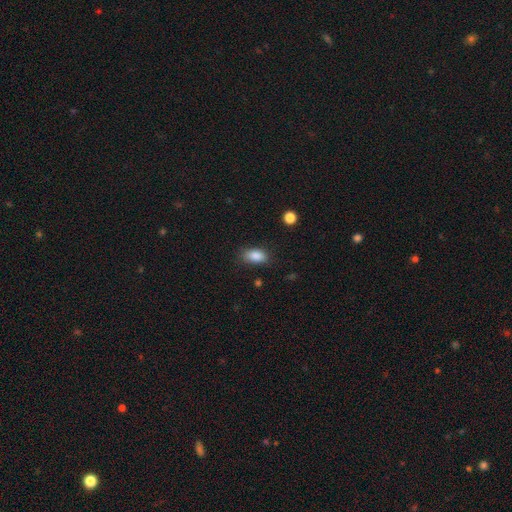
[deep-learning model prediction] Smooth or featured?
  - smooth: 87% *
  - star or artifact: 8%
  - featured or disk: 5%
How rounded?
  - in between: 89% *
  - round: 7%
  - cigar-shaped: 4%
Merging?
  - none: 77% *
  - minor disturbance: 17%
  - major disturbance: 4%
  - merger: 2%